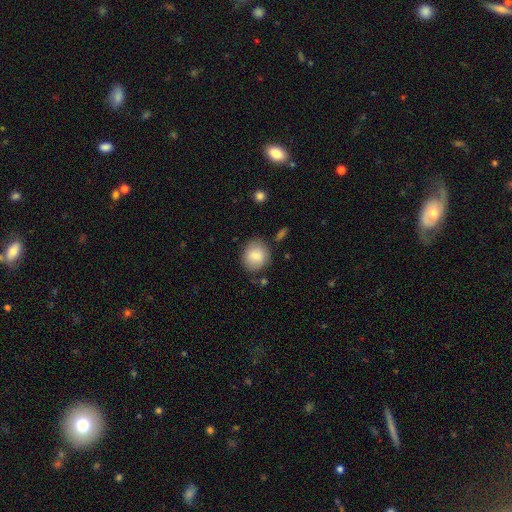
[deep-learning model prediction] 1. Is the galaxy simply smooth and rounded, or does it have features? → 83% smooth, 9% featured or disk, 7% star or artifact.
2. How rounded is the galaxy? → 69% round, 30% in between, 1% cigar-shaped.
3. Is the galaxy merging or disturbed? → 77% none, 15% minor disturbance, 4% major disturbance, 3% merger.